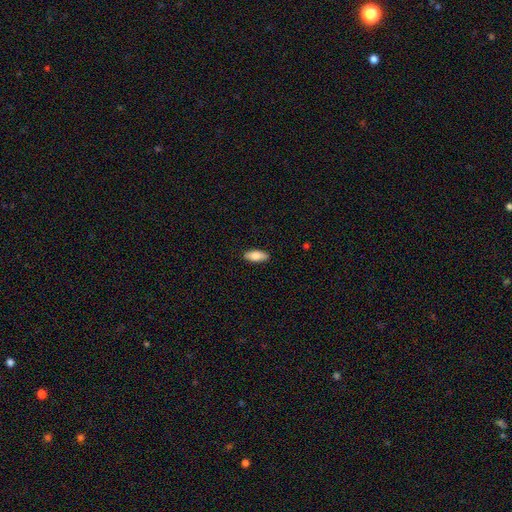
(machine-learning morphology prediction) The model was most divided on "how rounded": in between: 82%, cigar-shaped: 16%, round: 2%. More confident: merging — none (89%); smooth or featured — smooth (82%).